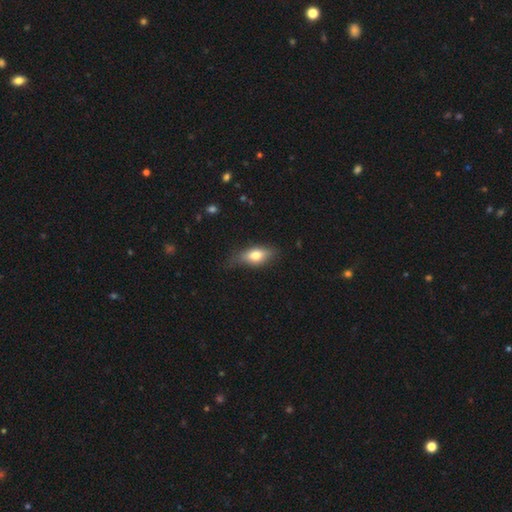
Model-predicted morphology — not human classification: A smooth galaxy with no disk features (67%) that is in between round and cigar-shaped (80%). Merging: none (67%).